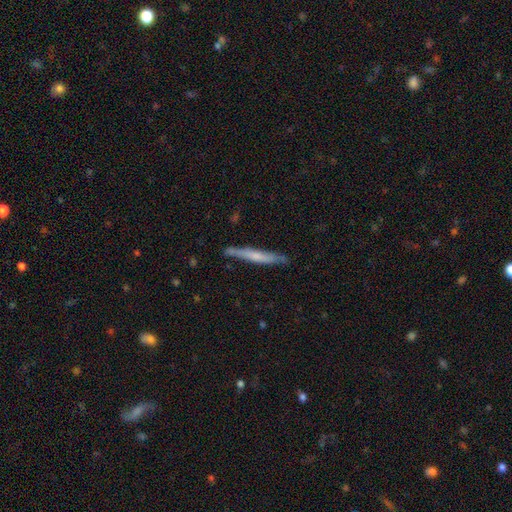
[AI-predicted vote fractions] A smooth galaxy with no disk features (49%).

Vote fractions:
- Smooth or featured? smooth: 49% / featured or disk: 45% / star or artifact: 6%
- Merging? none: 82% / minor disturbance: 13% / major disturbance: 2% / merger: 2%